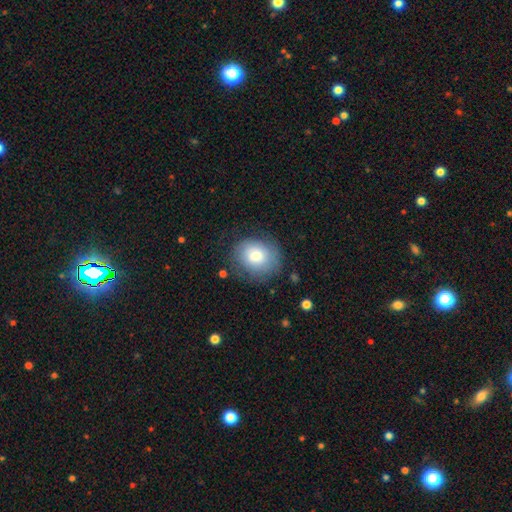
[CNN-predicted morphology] A smooth galaxy with no disk features (71%) that is round (75%).

Vote fractions:
- Smooth or featured? smooth: 71% / featured or disk: 21% / star or artifact: 8%
- How rounded? round: 75% / in between: 24% / cigar-shaped: 1%
- Merging? none: 74% / minor disturbance: 17% / major disturbance: 7% / merger: 2%